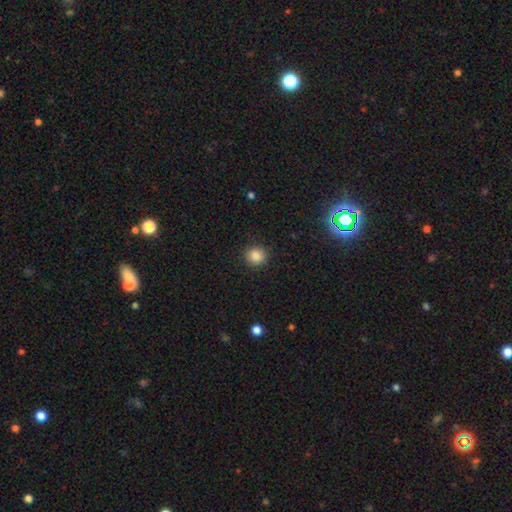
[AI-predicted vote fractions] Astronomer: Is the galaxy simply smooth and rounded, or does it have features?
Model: smooth — 86%.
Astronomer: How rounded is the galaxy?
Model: round — 89%.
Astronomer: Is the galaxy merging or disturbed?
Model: none — 90%.